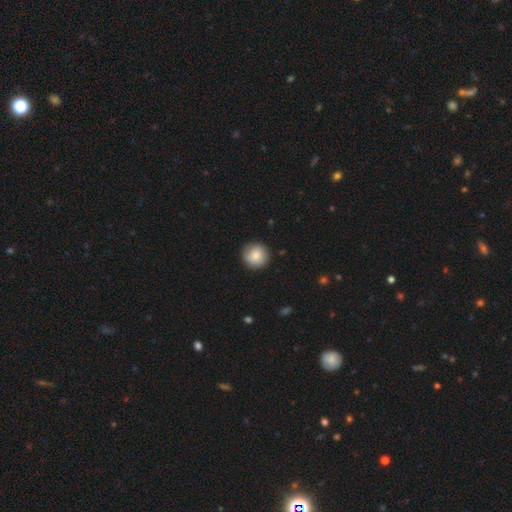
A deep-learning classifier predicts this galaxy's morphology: Overall: smooth (80%). How rounded: round (94%). Merging: none (88%).